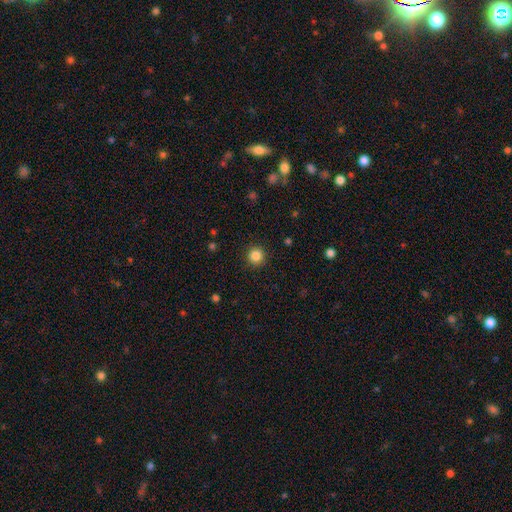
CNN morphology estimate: A smooth galaxy with no disk features (85%) that is round (95%). Merging: none (92%).